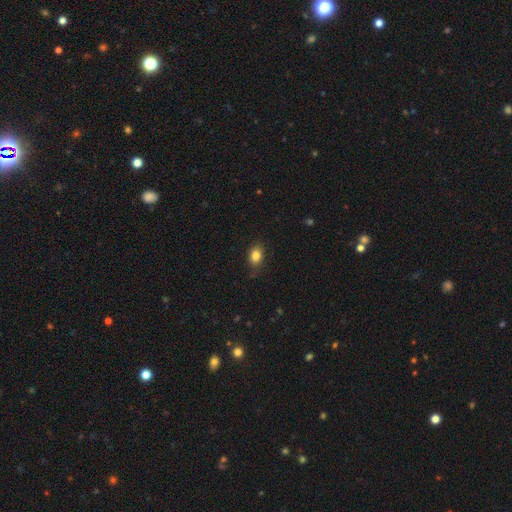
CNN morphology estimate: smooth-or-featured: smooth: 84% | star or artifact: 10% | featured or disk: 6%
  how-rounded: in between: 70% | round: 29% | cigar-shaped: 1%
  merging: none: 81% | minor disturbance: 15% | major disturbance: 3% | merger: 1%